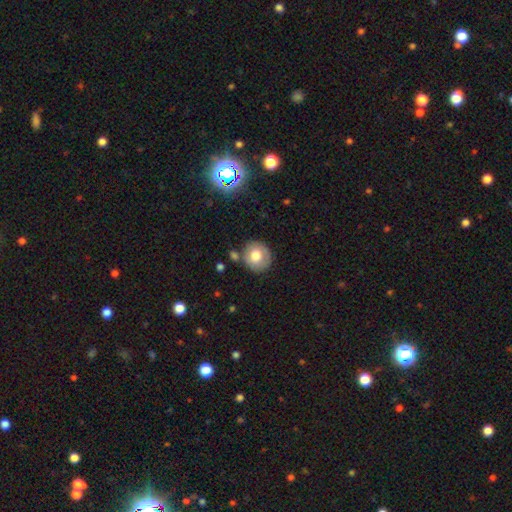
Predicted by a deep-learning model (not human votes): Smooth or featured: smooth — 70% (featured or disk — 21%)
How rounded: round — 83% (in between — 16%)
Merging: none — 75% (minor disturbance — 15%)